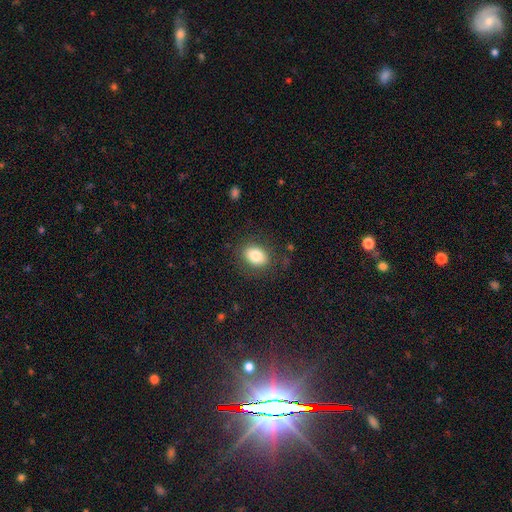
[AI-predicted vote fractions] Overall: smooth (82%). How rounded: in between (69%). Merging: none (83%).